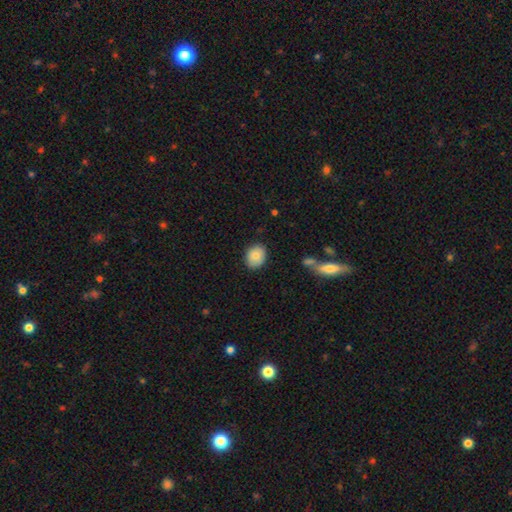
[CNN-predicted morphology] Smooth or featured: smooth — 82% (featured or disk — 11%)
How rounded: in between — 50% (round — 49%)
Merging: none — 84% (minor disturbance — 11%)